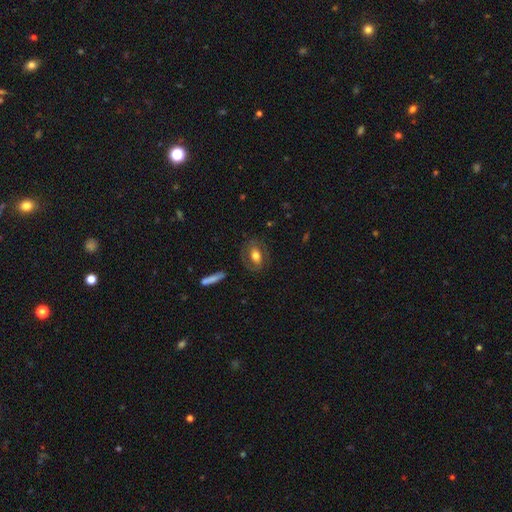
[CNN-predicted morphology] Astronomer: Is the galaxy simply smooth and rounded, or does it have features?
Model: smooth — 51% (runner-up: featured or disk, 41%).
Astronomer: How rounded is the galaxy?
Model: in between — 68%.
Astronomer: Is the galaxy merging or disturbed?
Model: none — 78%.